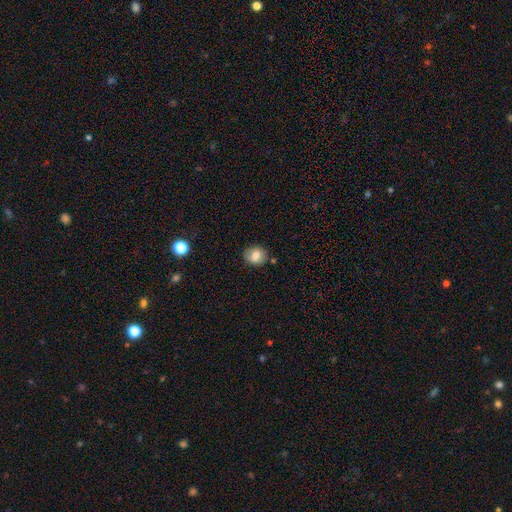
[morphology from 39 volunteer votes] Smooth or featured? smooth (79%)
How rounded? round (58%)
Merging? none (83%)